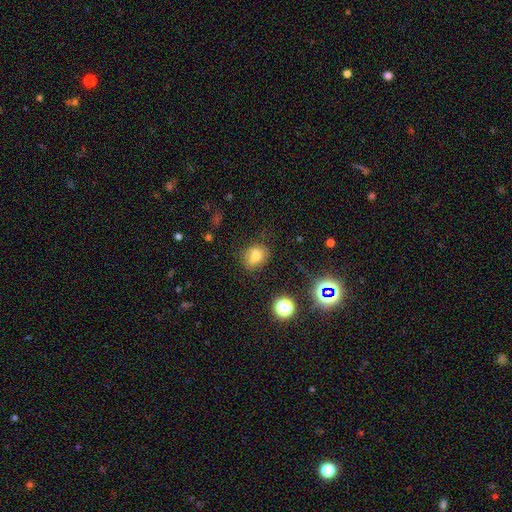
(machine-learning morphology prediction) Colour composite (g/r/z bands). It shows a smooth galaxy with no disk features (65%) that is round (52%). Merging: none (52%).